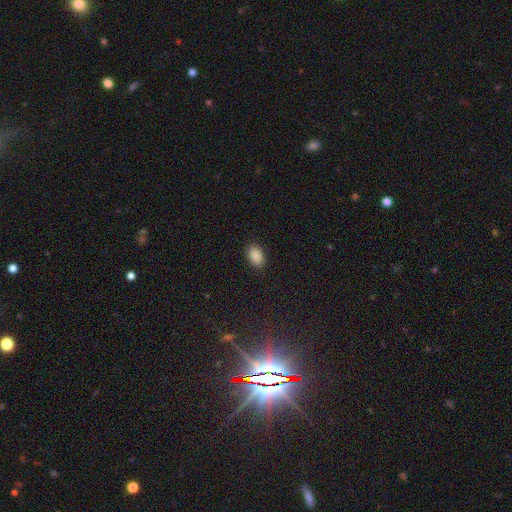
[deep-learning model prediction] This appears to be a smooth galaxy with no disk features (89%) that is in between round and cigar-shaped (89%). Merging: none (88%).